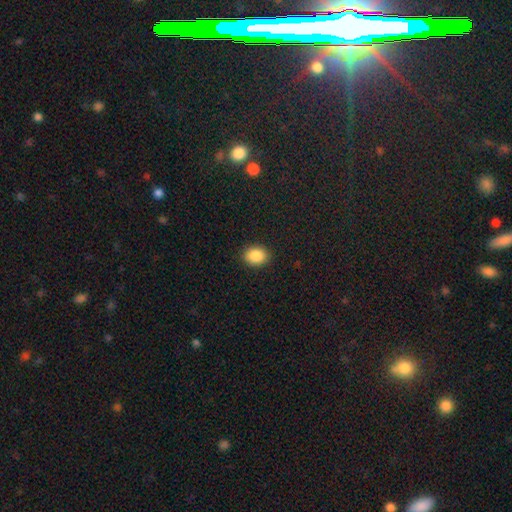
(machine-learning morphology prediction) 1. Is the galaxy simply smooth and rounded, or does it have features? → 88% smooth, 8% star or artifact, 4% featured or disk.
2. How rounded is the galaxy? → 59% in between, 40% round, 1% cigar-shaped.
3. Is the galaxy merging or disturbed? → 90% none, 7% minor disturbance, 2% major disturbance, 1% merger.